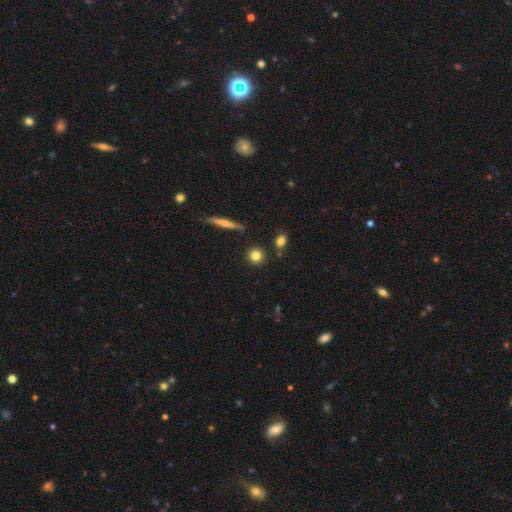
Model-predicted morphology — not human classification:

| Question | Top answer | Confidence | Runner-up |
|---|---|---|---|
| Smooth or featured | smooth | 82% | star or artifact (10%) |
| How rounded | round | 87% | in between (10%) |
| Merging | none | 86% | minor disturbance (7%) |